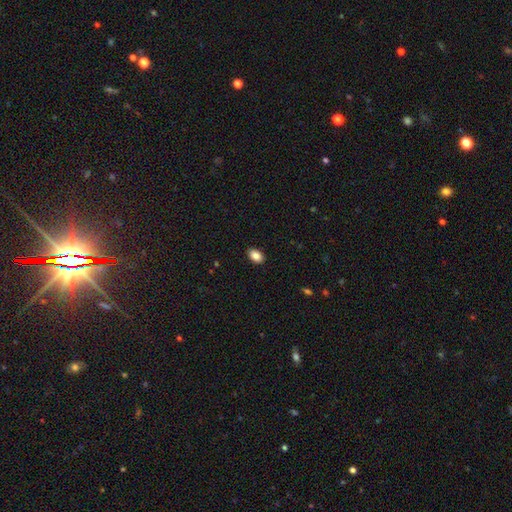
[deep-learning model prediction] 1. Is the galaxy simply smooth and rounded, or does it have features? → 87% smooth, 8% star or artifact, 5% featured or disk.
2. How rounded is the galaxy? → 90% in between, 9% round, 2% cigar-shaped.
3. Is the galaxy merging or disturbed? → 89% none, 8% minor disturbance, 2% major disturbance, 1% merger.